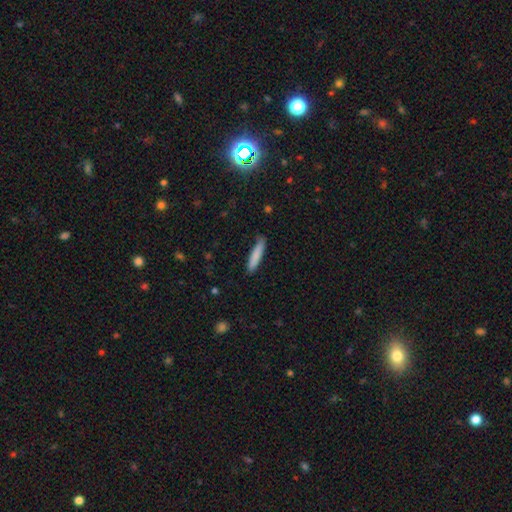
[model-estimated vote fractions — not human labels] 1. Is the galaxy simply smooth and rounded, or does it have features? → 83% smooth, 11% featured or disk, 6% star or artifact.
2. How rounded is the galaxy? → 87% cigar-shaped, 12% in between, 1% round.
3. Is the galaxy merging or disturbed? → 81% none, 15% minor disturbance, 2% major disturbance, 1% merger.